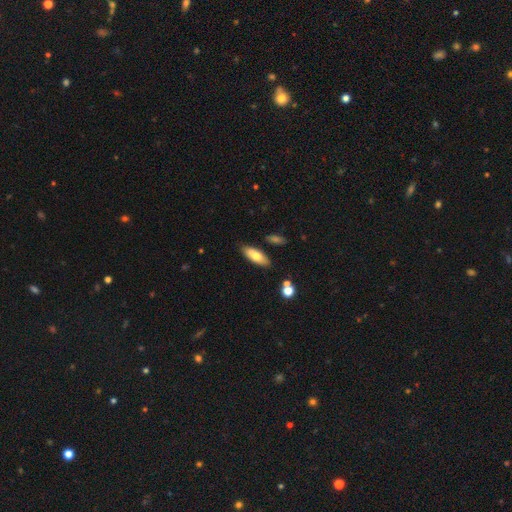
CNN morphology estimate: Q: Smooth or featured?
A: smooth (70%); runner-up: featured or disk (23%)
Q: How rounded?
A: in between (71%); runner-up: cigar-shaped (26%)
Q: Merging?
A: none (82%); runner-up: minor disturbance (12%)